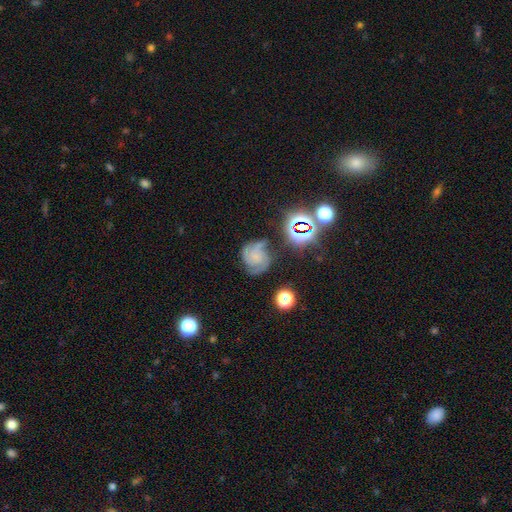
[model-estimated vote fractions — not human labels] Smooth or featured?
  - featured or disk: 74% *
  - smooth: 14%
  - star or artifact: 12%
Edge-on disk?
  - no: 98% *
  - yes: 2%
Bar?
  - no: 72% *
  - weak: 23%
  - strong: 6%
Spiral arms?
  - yes: 96% *
  - no: 4%
Spiral winding?
  - tight: 47% *
  - medium: 43%
  - loose: 10%
Spiral arm count?
  - 3: 51% *
  - 2: 26%
  - can't tell: 10%
  - 4: 5%
  - 1: 4%
  - more than 4: 3%
Bulge size?
  - none: 42% *
  - small: 39%
  - moderate: 14%
  - large: 3%
  - dominant: 2%
Merging?
  - none: 61% *
  - minor disturbance: 21%
  - major disturbance: 13%
  - merger: 5%